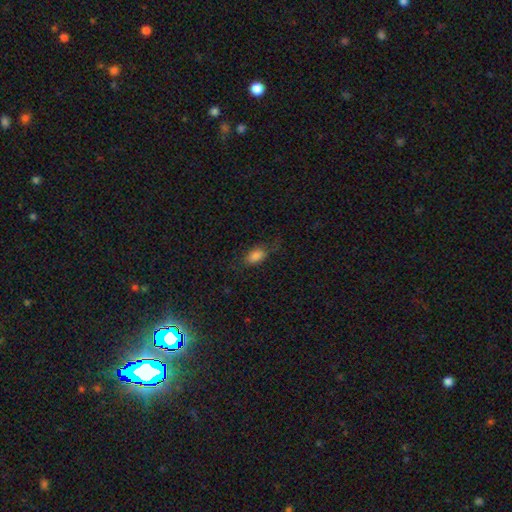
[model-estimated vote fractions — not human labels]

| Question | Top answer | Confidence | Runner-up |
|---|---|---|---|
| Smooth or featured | smooth | 83% | star or artifact (10%) |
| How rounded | in between | 90% | round (6%) |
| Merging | none | 67% | minor disturbance (21%) |